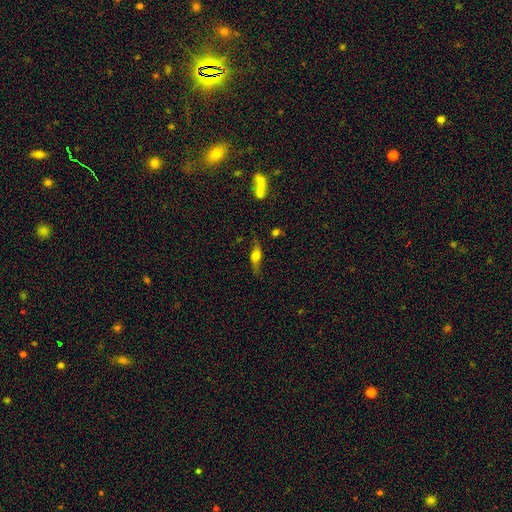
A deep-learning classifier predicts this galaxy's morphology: Smooth or featured: featured or disk — 51% (smooth — 40%)
Edge-on disk: yes — 67% (no — 33%)
Merging: none — 71% (minor disturbance — 19%)